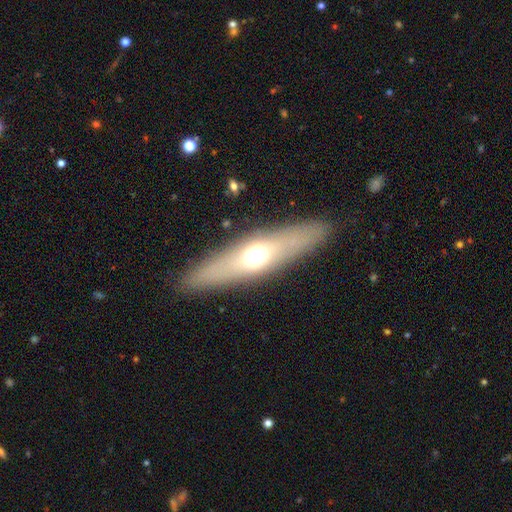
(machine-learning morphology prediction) The model was most divided on "smooth or featured": featured or disk: 46%, smooth: 45%, star or artifact: 8%. More confident: merging — none (88%).